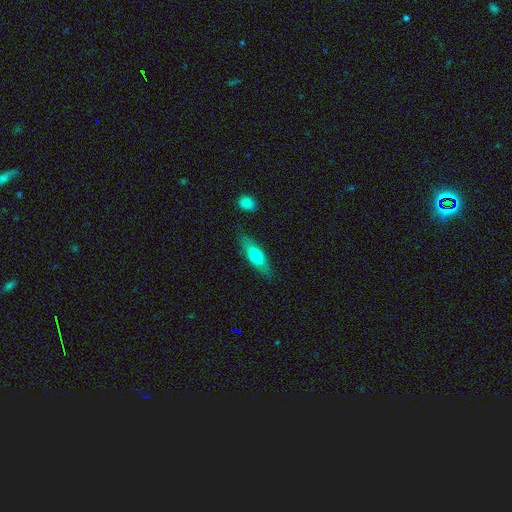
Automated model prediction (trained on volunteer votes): smooth-or-featured: smooth: 58% | featured or disk: 36% | star or artifact: 6%
  how-rounded: cigar-shaped: 56% | in between: 41% | round: 3%
  merging: none: 83% | minor disturbance: 12% | major disturbance: 3% | merger: 2%